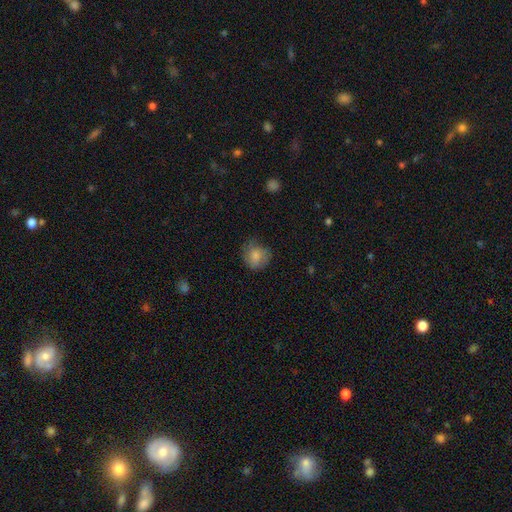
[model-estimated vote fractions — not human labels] The model was most divided on "merging": none: 63%, minor disturbance: 26%, major disturbance: 10%, merger: 1%. More confident: how rounded — round (78%); smooth or featured — smooth (78%).